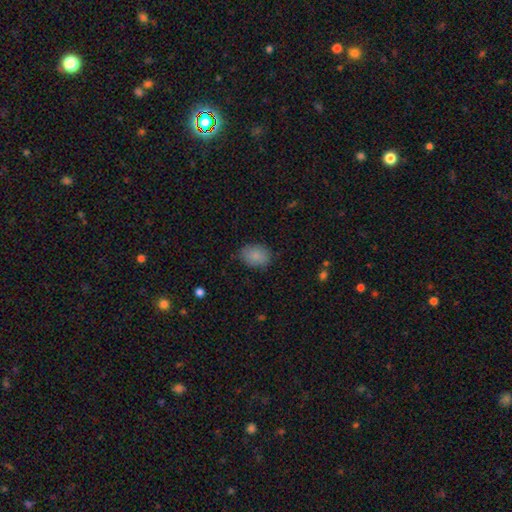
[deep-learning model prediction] The model was most divided on "how rounded": in between: 67%, round: 32%, cigar-shaped: 1%. More confident: smooth or featured — smooth (86%); merging — none (78%).